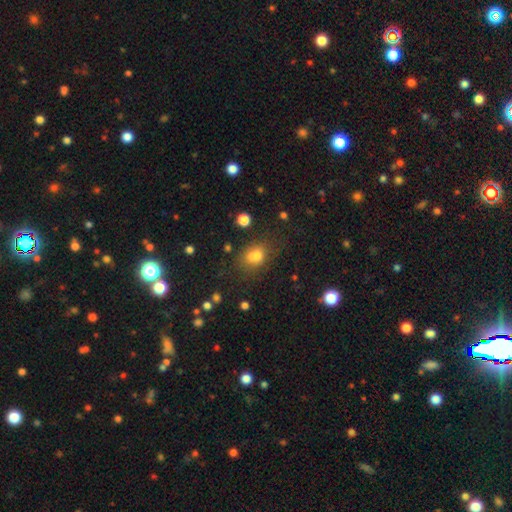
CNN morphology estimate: Overall: smooth (69%). How rounded: in between (50%; round 48%). Merging: none (45%; merger 32%).